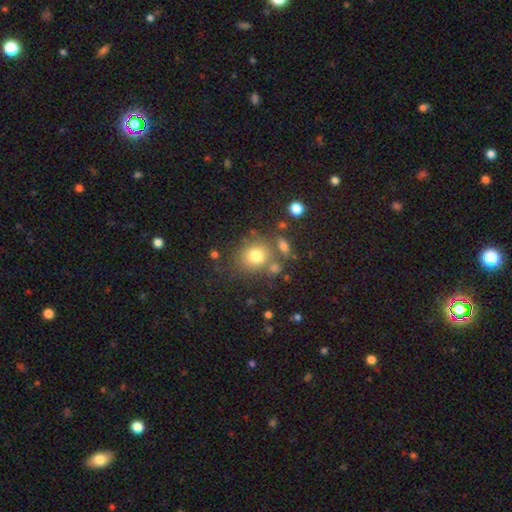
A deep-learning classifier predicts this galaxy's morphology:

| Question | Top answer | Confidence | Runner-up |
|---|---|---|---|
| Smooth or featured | smooth | 76% | star or artifact (13%) |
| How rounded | round | 80% | in between (19%) |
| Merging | none | 67% | merger (14%) |